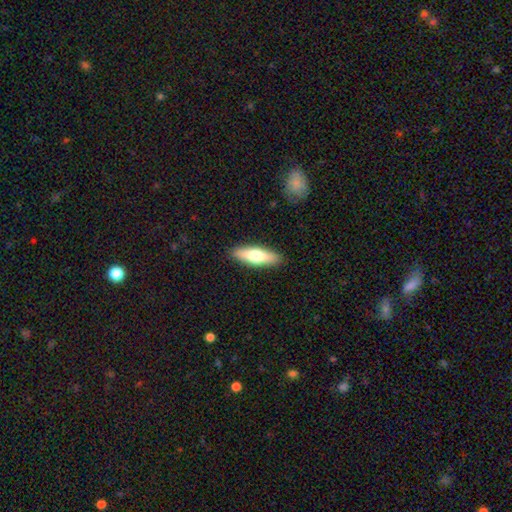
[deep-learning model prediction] This appears to be a smooth galaxy with no disk features (64%) that is cigar-shaped (52%). Merging: none (90%).